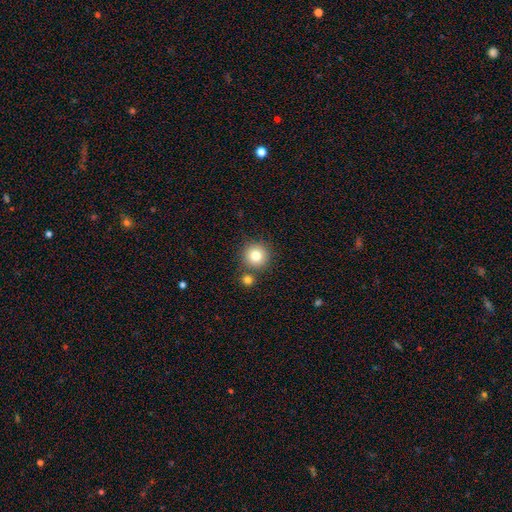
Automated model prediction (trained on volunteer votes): smooth-or-featured: smooth: 80% | star or artifact: 11% | featured or disk: 8%
  how-rounded: round: 95% | in between: 4% | cigar-shaped: 1%
  merging: none: 78% | merger: 12% | minor disturbance: 8% | major disturbance: 3%